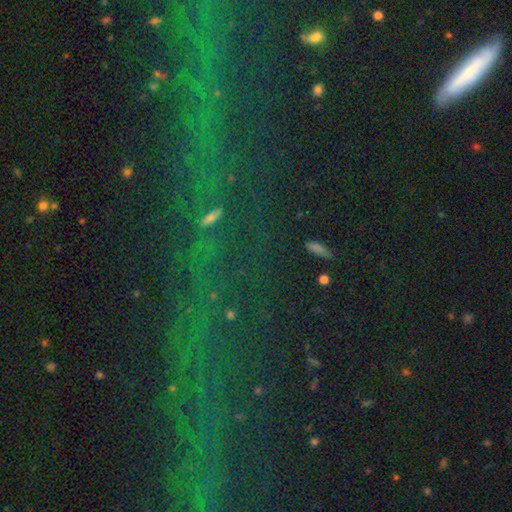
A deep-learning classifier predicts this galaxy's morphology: This is likely a star or artifact rather than a galaxy (73%).